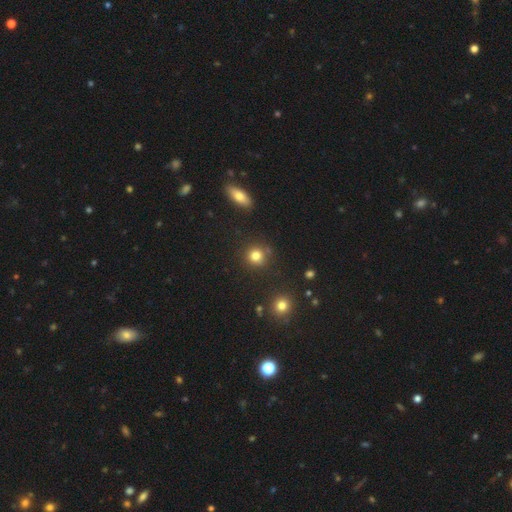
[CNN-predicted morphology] type=smooth (81%); roundness=round (89%); merging=none (83%).